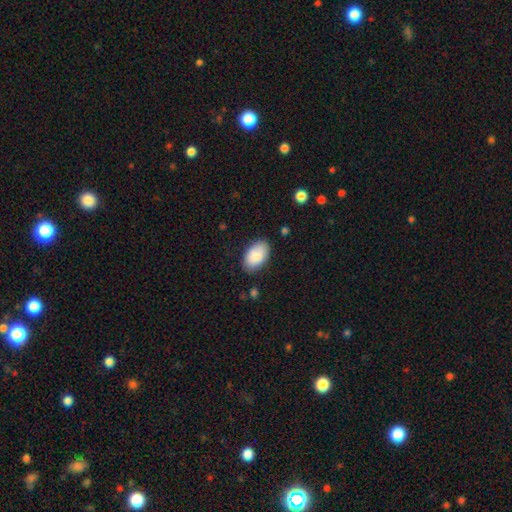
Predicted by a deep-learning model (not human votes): Smooth or featured?
  - smooth: 85% *
  - featured or disk: 9%
  - star or artifact: 6%
How rounded?
  - in between: 94% *
  - round: 5%
  - cigar-shaped: 1%
Merging?
  - none: 82% *
  - minor disturbance: 14%
  - major disturbance: 3%
  - merger: 2%